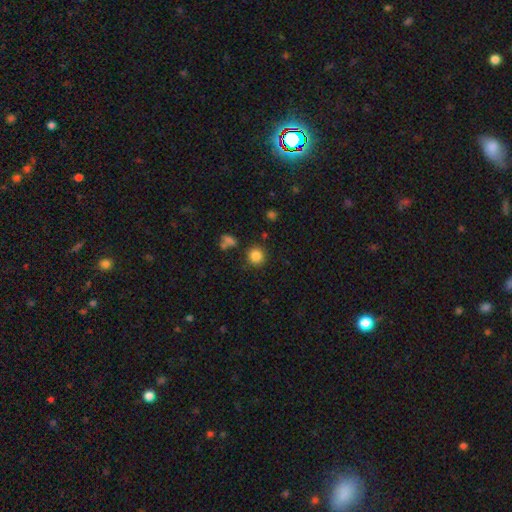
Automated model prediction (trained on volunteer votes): Overall: smooth (84%). How rounded: round (91%). Merging: none (84%).